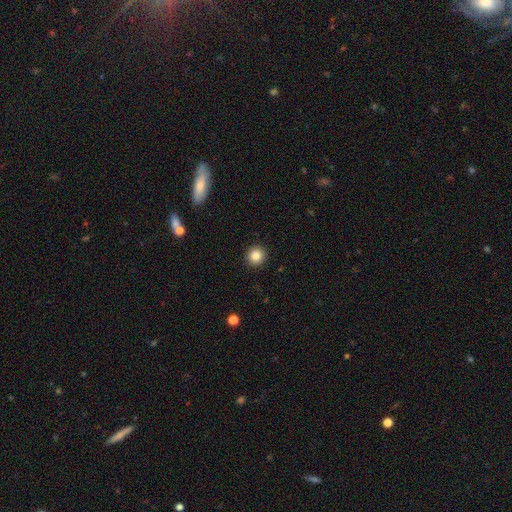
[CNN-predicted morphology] type=smooth (84%); roundness=round (94%); merging=none (93%).